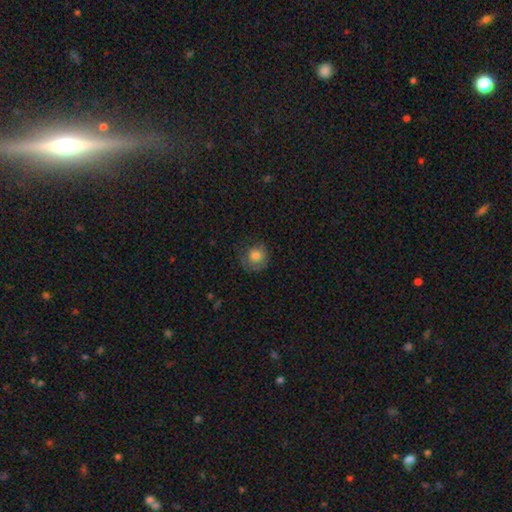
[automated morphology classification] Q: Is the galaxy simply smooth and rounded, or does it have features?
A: smooth — 76%.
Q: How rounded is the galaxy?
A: round — 90%.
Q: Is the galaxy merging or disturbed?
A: none — 67%.